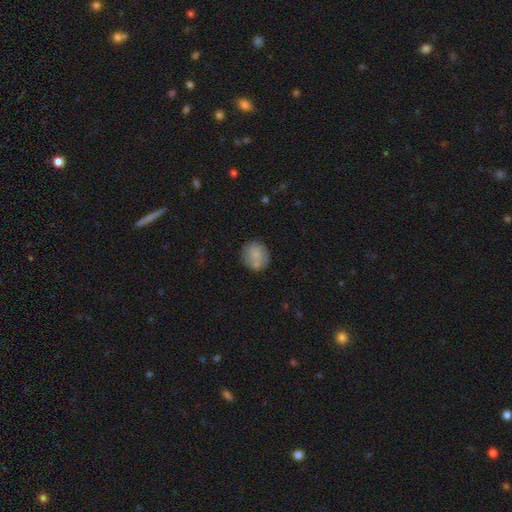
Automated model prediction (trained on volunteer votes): This appears to be a smooth galaxy with no disk features (74%) that is round (86%). Merging: none (69%).